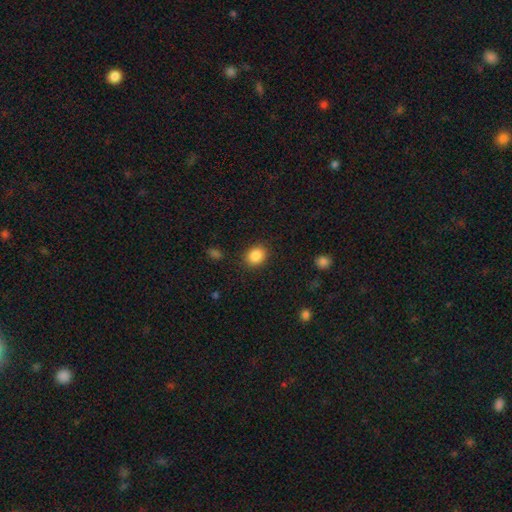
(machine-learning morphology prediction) A smooth galaxy with no disk features (87%) that is round (54%).

Vote fractions:
- Smooth or featured? smooth: 87% / star or artifact: 9% / featured or disk: 5%
- How rounded? round: 54% / in between: 45% / cigar-shaped: 1%
- Merging? none: 87% / minor disturbance: 9% / major disturbance: 3% / merger: 1%